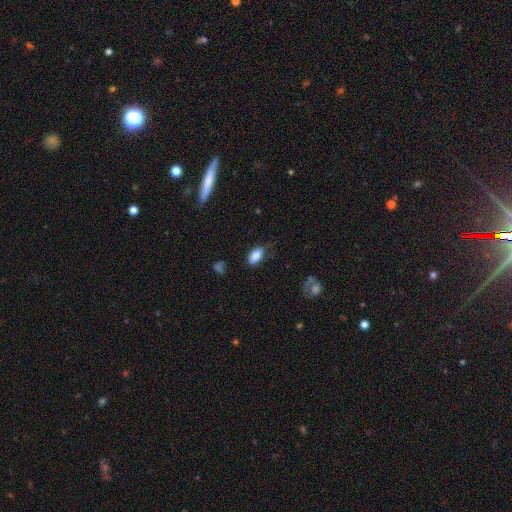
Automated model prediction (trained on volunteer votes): Smooth or featured?
  - smooth: 84% *
  - featured or disk: 8%
  - star or artifact: 8%
How rounded?
  - in between: 92% *
  - round: 5%
  - cigar-shaped: 3%
Merging?
  - none: 61% *
  - minor disturbance: 28%
  - major disturbance: 9%
  - merger: 2%